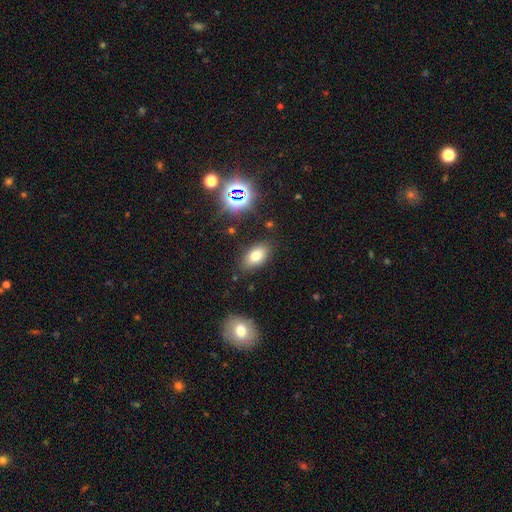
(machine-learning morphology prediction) This is likely a smooth galaxy (73%). How rounded: clearly in between (89%). Merging: clearly none (83%).